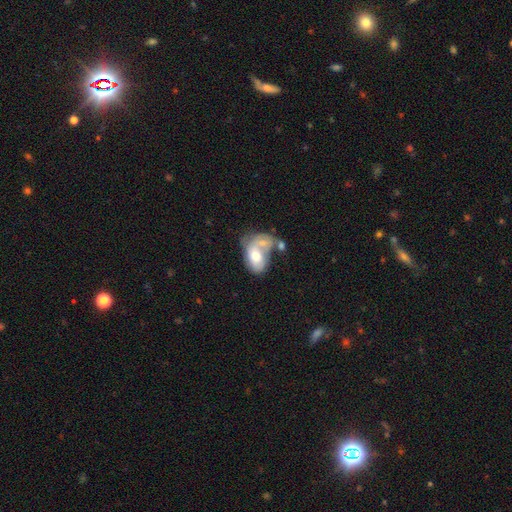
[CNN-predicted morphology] type=smooth (57%); roundness=in between (87%); merging=merger (56%).